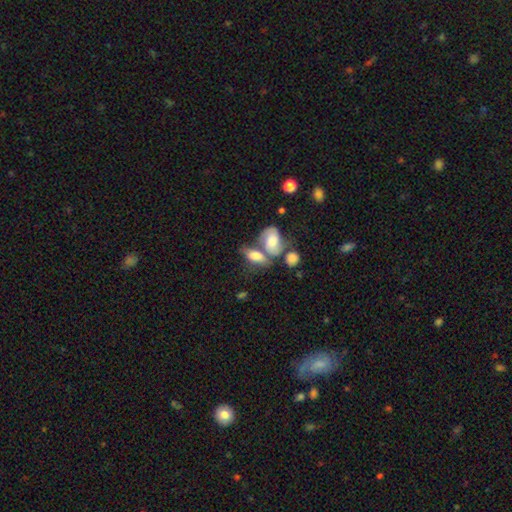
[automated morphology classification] This appears to be a smooth galaxy with no disk features (61%) that is in between round and cigar-shaped (85%). Merging: merger (53%).